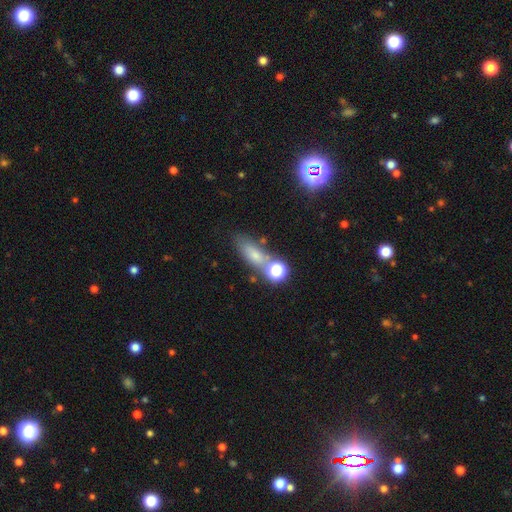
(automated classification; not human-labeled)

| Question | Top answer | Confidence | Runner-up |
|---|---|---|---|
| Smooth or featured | smooth | 64% | star or artifact (19%) |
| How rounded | in between | 55% | cigar-shaped (31%) |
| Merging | none | 57% | merger (19%) |